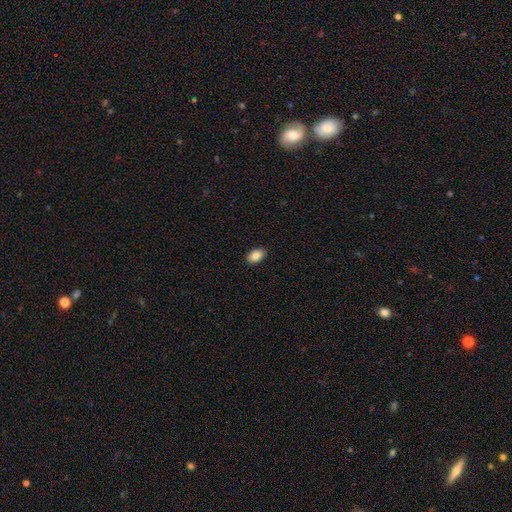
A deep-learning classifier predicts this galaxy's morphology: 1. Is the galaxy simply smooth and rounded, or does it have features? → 86% smooth, 8% star or artifact, 7% featured or disk.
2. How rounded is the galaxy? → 90% in between, 8% round, 1% cigar-shaped.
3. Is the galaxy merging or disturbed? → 90% none, 8% minor disturbance, 2% major disturbance, 1% merger.